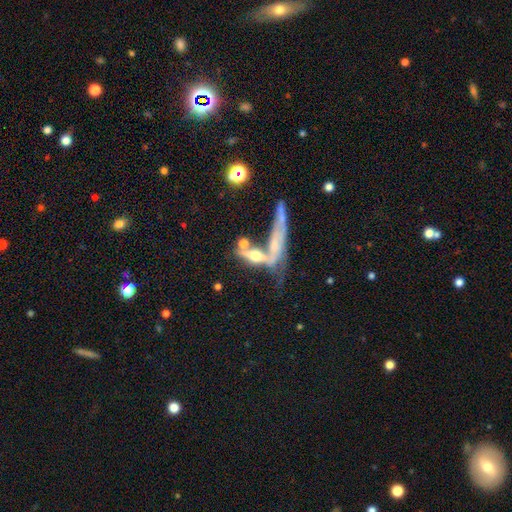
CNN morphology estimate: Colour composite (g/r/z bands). It shows a featured or disk galaxy (55%) viewed edge-on (70%). Merging: merger (48%).